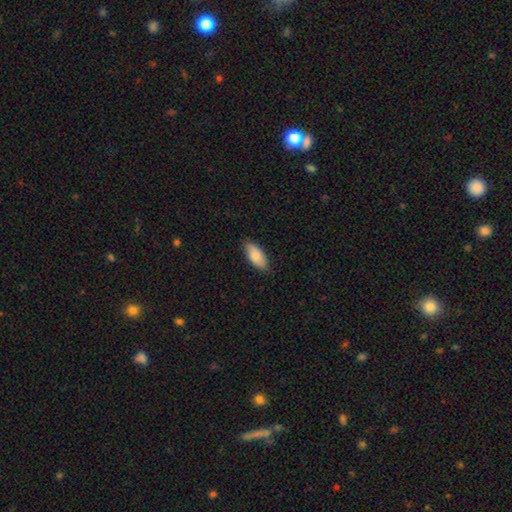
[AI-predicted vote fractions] Morphology: type=smooth (83%); roundness=in between (87%); merging=none (83%).